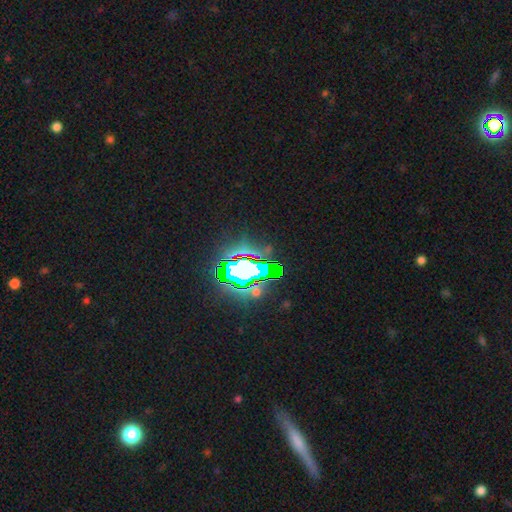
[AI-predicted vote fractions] Smooth or featured?
  - star or artifact: 79% *
  - smooth: 11%
  - featured or disk: 10%